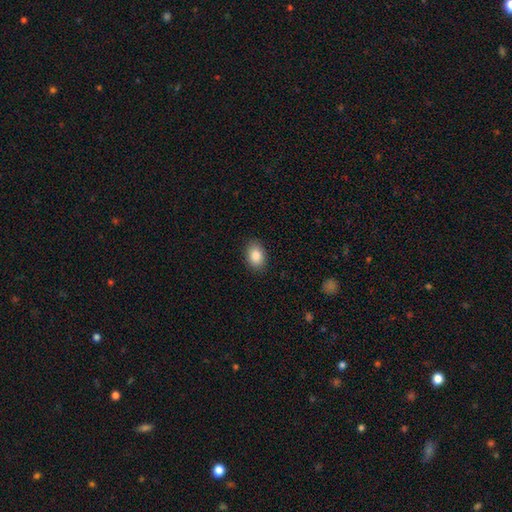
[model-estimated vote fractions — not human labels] This appears to be a smooth galaxy with no disk features (87%) that is in between round and cigar-shaped (80%). Merging: none (88%).